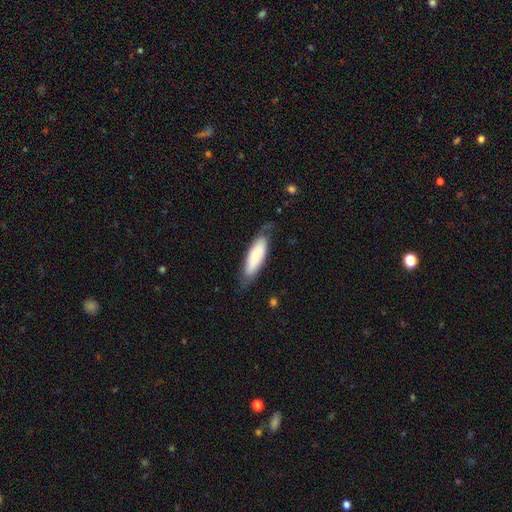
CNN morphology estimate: A smooth galaxy with no disk features (66%) that is in between round and cigar-shaped (53%). Merging: none (66%).